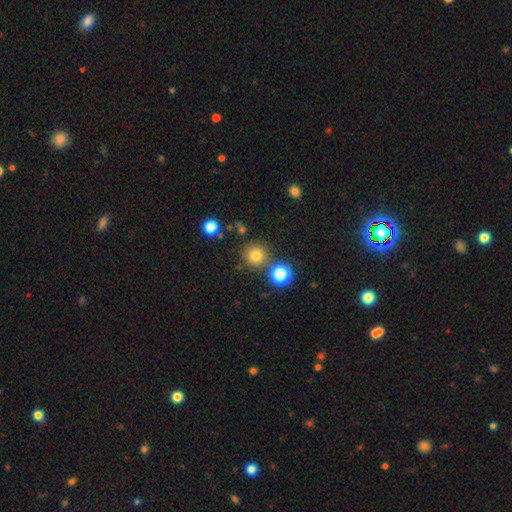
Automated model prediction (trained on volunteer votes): smooth 77%, star or artifact 16%, featured or disk 6%. Down the decision tree: how rounded — round (94%); merging — none (81%).